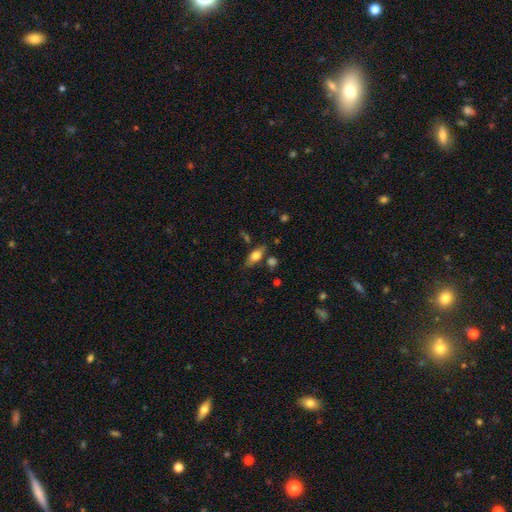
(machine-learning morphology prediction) Smooth or featured?
  - smooth: 66% *
  - featured or disk: 26%
  - star or artifact: 8%
How rounded?
  - in between: 77% *
  - cigar-shaped: 18%
  - round: 5%
Merging?
  - none: 71% *
  - minor disturbance: 17%
  - merger: 7%
  - major disturbance: 5%